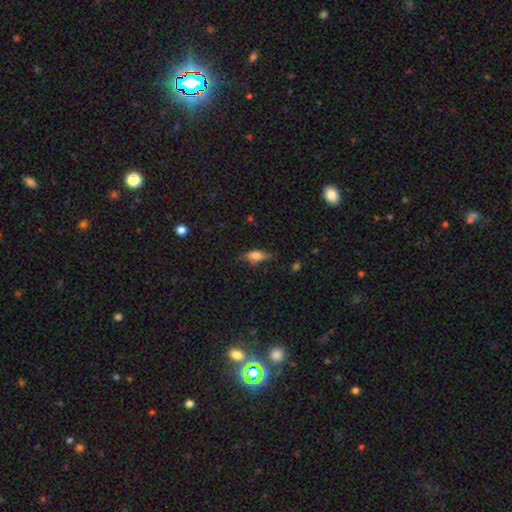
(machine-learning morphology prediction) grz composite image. It shows a smooth galaxy with no disk features (69%) that is in between round and cigar-shaped (77%). Merging: none (65%).